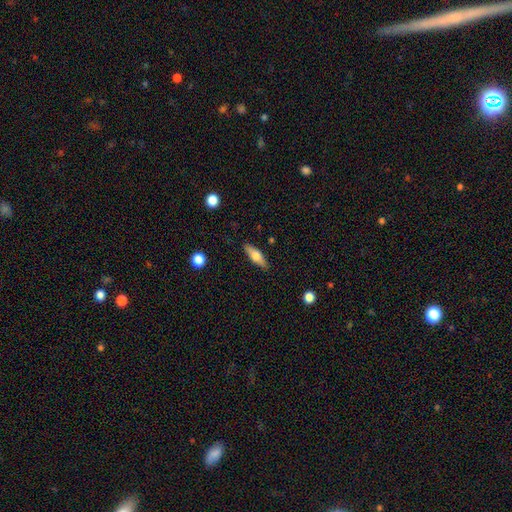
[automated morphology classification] A smooth galaxy with no disk features (59%) that is cigar-shaped (49%). Merging: none (86%).